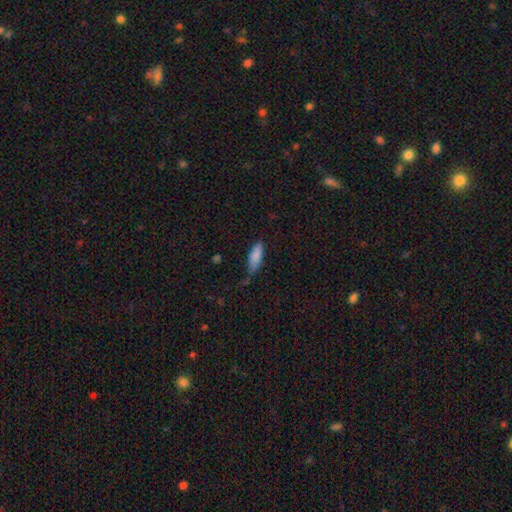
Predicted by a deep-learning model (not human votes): smooth_or_featured: smooth (p=0.85) [alt: featured or disk p=0.09]
how_rounded: in between (p=0.65) [alt: cigar-shaped p=0.33]
merging: none (p=0.52) [alt: minor disturbance p=0.36]